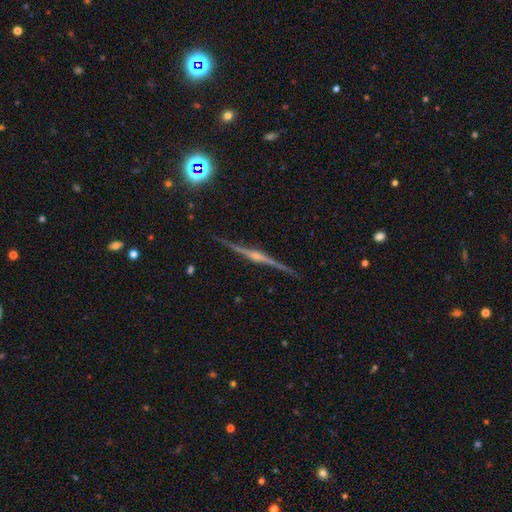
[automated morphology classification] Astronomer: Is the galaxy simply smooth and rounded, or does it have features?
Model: featured or disk — 86%.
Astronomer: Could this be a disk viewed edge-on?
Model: yes — 98%.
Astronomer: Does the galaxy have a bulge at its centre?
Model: rounded — 77%.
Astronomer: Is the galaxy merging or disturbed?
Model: none — 88%.